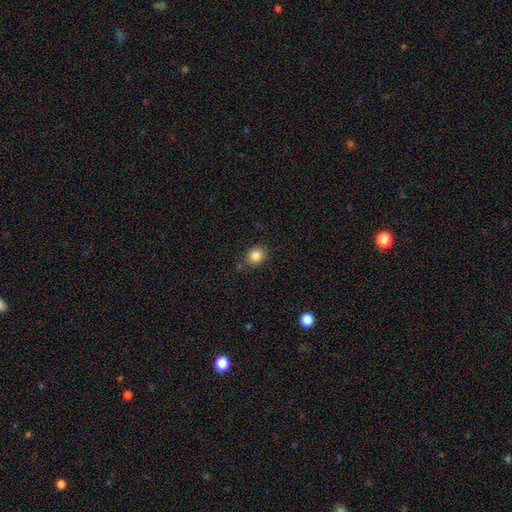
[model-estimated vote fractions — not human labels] This appears to be a smooth galaxy with no disk features (85%) that is round (71%). Merging: none (81%).